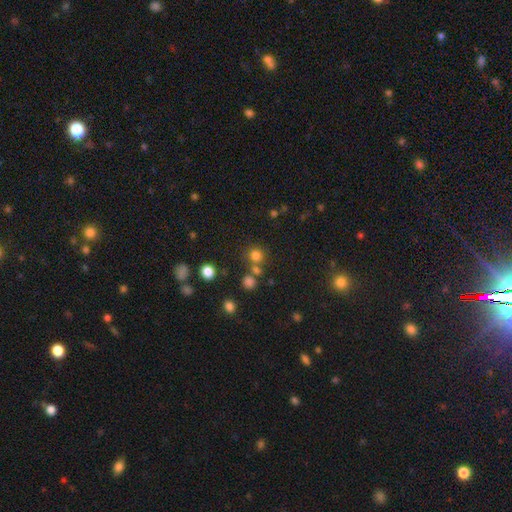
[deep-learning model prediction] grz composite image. It shows a smooth galaxy with no disk features (75%) that is round (88%). Merging: none (68%).